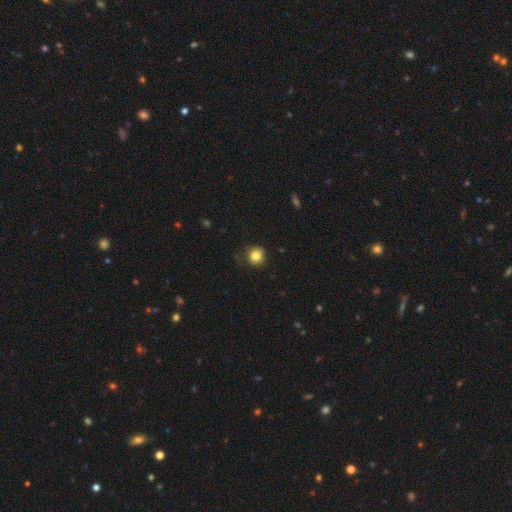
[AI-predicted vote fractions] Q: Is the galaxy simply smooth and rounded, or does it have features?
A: smooth — 83%.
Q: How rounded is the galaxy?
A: round — 90%.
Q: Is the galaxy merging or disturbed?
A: none — 76%.